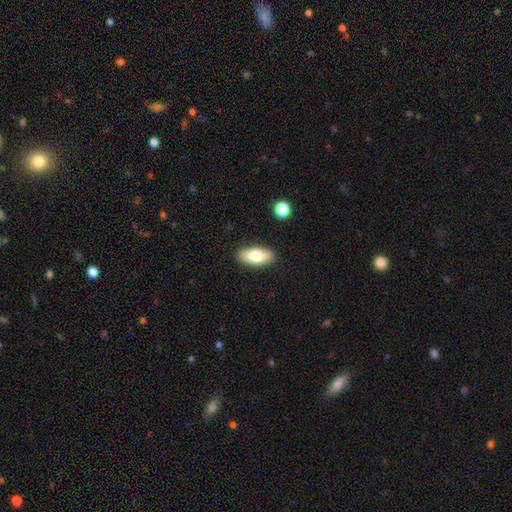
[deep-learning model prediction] smooth 75%, featured or disk 18%, star or artifact 7%. Down the decision tree: how rounded — in between (88%); merging — none (88%).